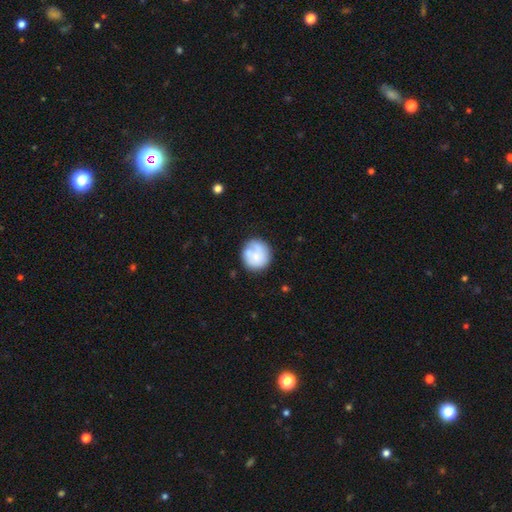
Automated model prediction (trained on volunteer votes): smooth-or-featured: smooth: 60% | featured or disk: 33% | star or artifact: 7%
  how-rounded: round: 90% | in between: 9% | cigar-shaped: 1%
  merging: none: 64% | minor disturbance: 19% | major disturbance: 9% | merger: 8%